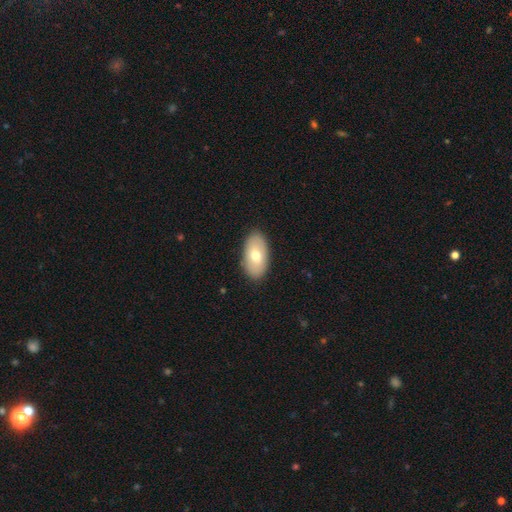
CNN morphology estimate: Smooth or featured? smooth (70%)
How rounded? in between (94%)
Merging? none (88%)